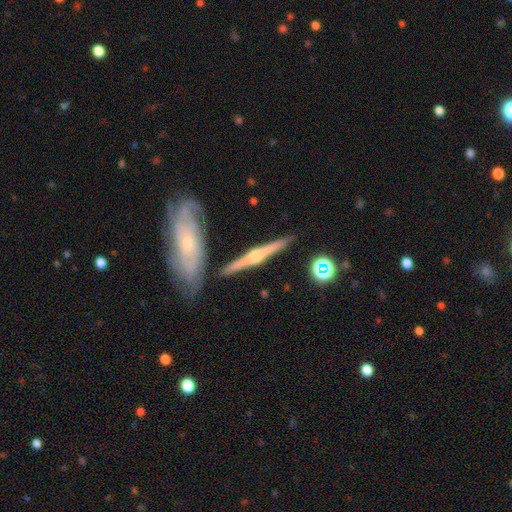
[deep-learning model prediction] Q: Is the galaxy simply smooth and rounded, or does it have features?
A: featured or disk — 80%.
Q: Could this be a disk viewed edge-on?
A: yes — 97%.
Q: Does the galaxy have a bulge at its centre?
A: rounded — 91%.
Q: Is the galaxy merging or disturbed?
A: none — 85%.